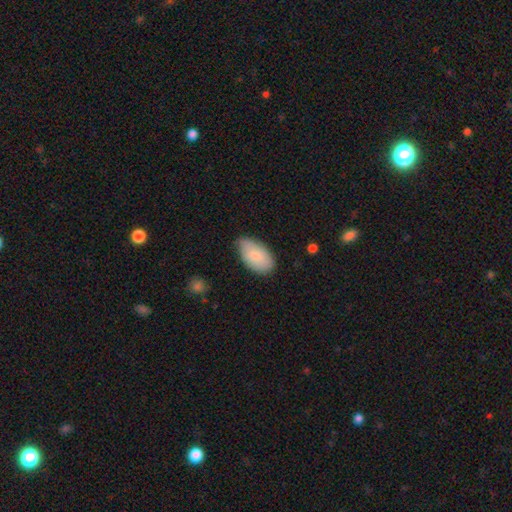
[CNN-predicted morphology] Smooth or featured? smooth (81%)
How rounded? in between (94%)
Merging? none (64%)